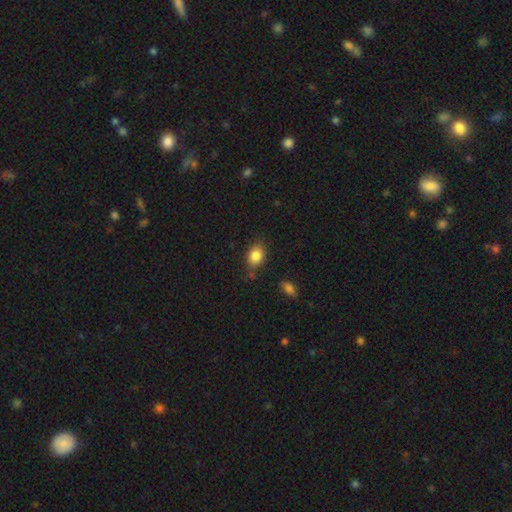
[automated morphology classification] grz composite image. It shows a smooth galaxy with no disk features (84%) that is in between round and cigar-shaped (67%). Merging: none (73%).